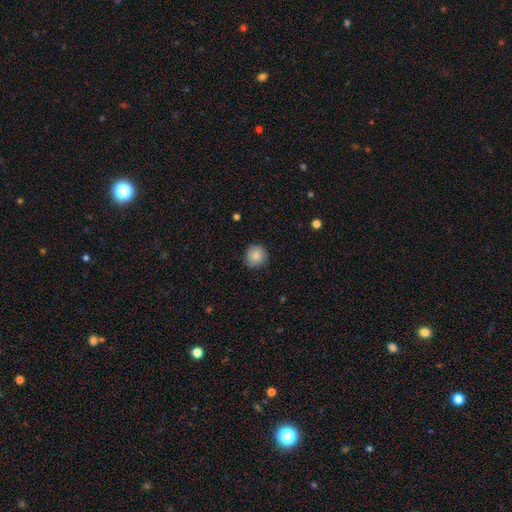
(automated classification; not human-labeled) Morphology: type=smooth (86%); roundness=round (92%); merging=none (84%).